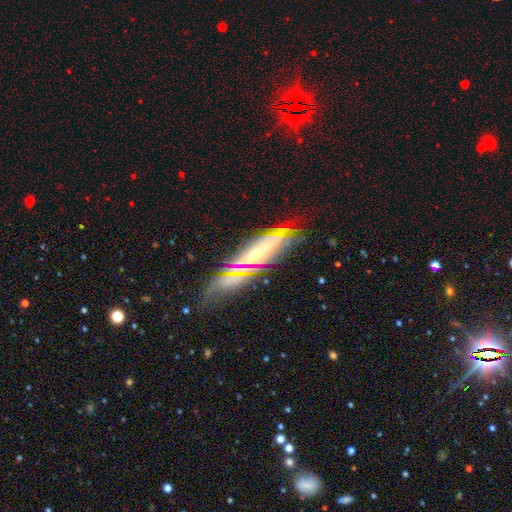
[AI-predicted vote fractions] A featured or disk galaxy (72%). Merging: none (69%).